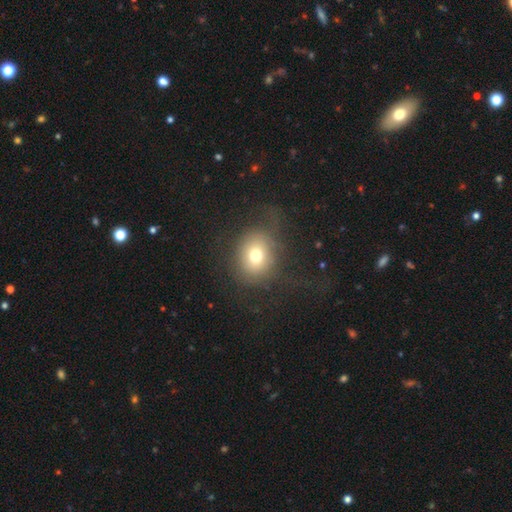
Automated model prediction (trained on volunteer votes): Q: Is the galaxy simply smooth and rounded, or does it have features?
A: smooth — 70%.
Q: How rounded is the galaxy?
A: round — 73%.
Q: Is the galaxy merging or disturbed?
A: none — 58%.